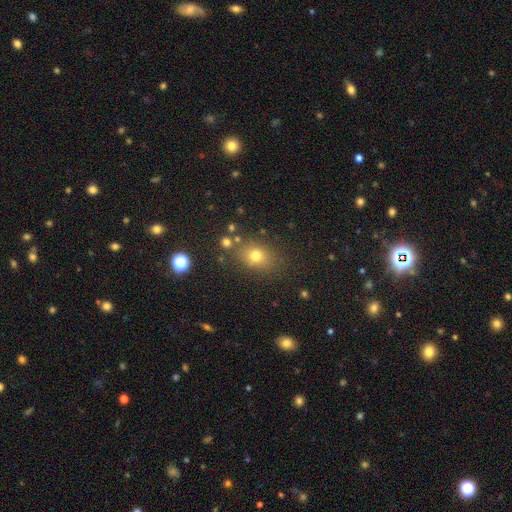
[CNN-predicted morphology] smooth-or-featured: smooth: 72% | star or artifact: 17% | featured or disk: 11%
  how-rounded: in between: 53% | round: 46% | cigar-shaped: 2%
  merging: none: 77% | minor disturbance: 13% | merger: 6% | major disturbance: 5%